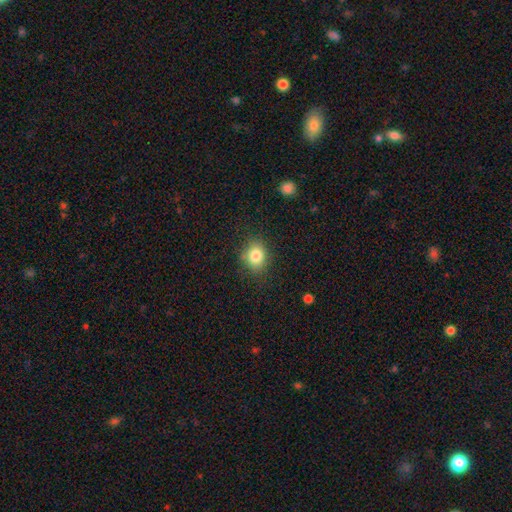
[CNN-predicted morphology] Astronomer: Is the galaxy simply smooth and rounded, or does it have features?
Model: smooth — 82%.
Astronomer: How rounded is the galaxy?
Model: round — 59% (runner-up: in between, 40%).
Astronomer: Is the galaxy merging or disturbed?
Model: none — 81%.